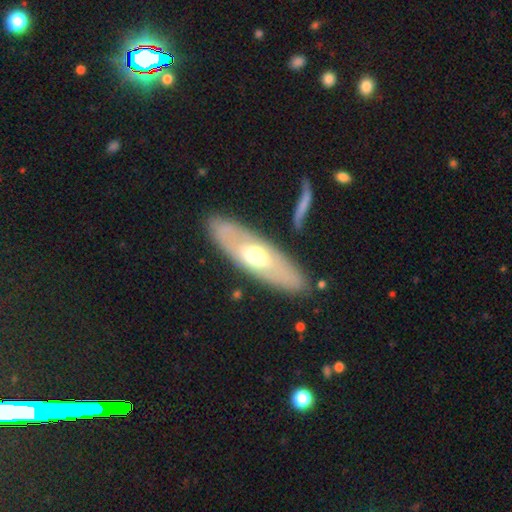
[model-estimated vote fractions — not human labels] Overall: featured or disk (50%; smooth 45%). Edge-on disk: no (64%; yes 36%). Merging: none (84%).